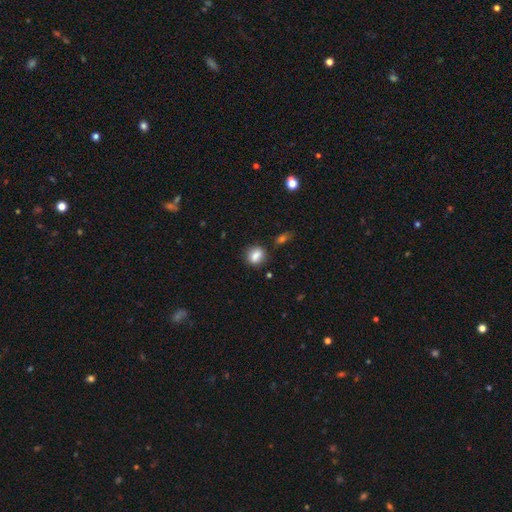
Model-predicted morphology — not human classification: Overall: smooth (82%). How rounded: round (51%; in between 47%). Merging: none (75%).